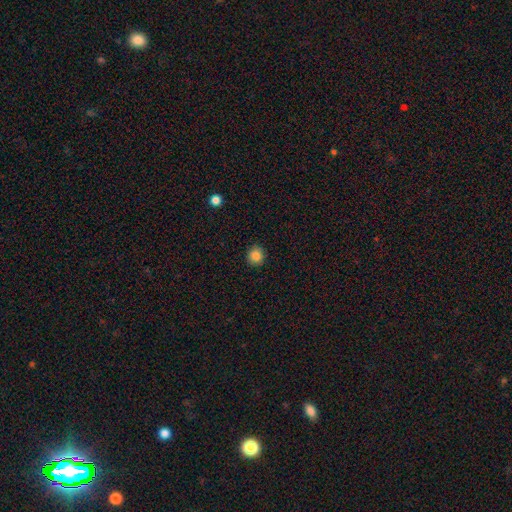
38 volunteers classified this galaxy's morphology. smooth 97%, star or artifact 3%, featured or disk 0%. Down the decision tree: how rounded — round (92%); merging — none (86%).